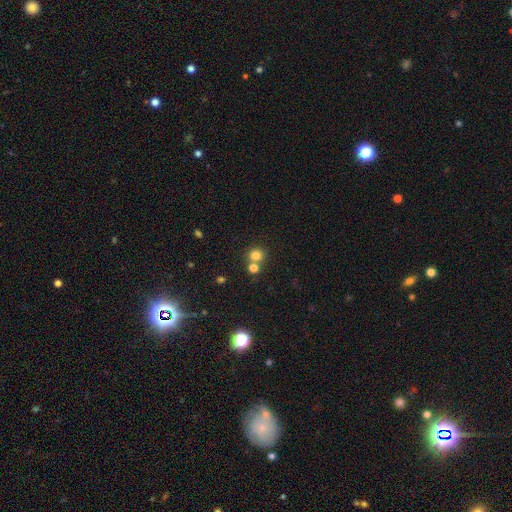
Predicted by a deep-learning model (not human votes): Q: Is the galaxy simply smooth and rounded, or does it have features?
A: smooth — 77%.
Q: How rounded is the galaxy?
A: round — 87%.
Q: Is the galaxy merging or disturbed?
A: none — 56%.